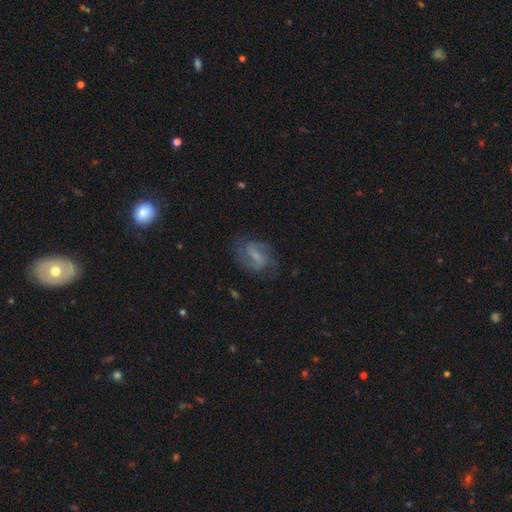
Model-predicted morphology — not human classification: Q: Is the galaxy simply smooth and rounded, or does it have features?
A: featured or disk — 81%.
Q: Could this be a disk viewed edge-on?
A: no — 97%.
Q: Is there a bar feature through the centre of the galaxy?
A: weak — 55%.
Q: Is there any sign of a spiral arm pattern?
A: yes — 94%.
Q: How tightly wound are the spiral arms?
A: medium — 52%.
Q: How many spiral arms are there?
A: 2 — 78%.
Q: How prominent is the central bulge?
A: small — 48%.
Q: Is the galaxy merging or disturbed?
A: none — 69%.